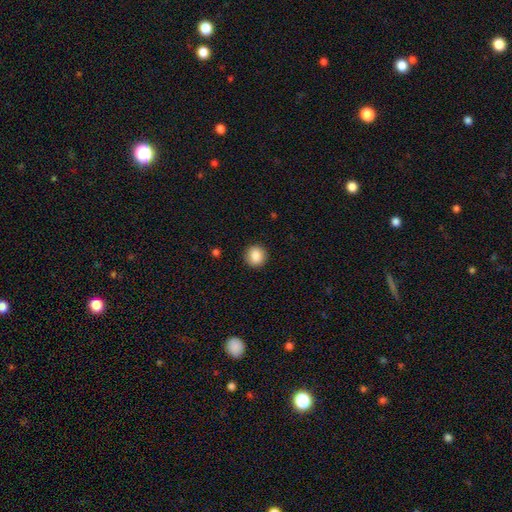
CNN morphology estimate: A smooth galaxy with no disk features (87%) that is round (92%).

Vote fractions:
- Smooth or featured? smooth: 87% / star or artifact: 8% / featured or disk: 4%
- How rounded? round: 92% / in between: 7% / cigar-shaped: 1%
- Merging? none: 92% / minor disturbance: 5% / major disturbance: 2% / merger: 1%